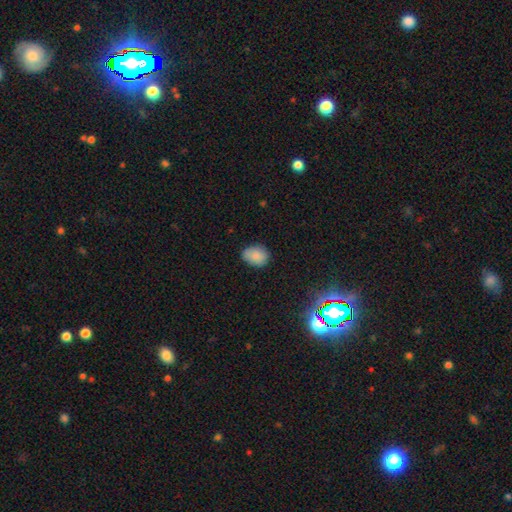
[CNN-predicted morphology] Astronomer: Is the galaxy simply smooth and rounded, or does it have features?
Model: smooth — 84%.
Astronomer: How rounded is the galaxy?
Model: in between — 61% (runner-up: round, 38%).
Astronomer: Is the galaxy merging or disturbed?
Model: none — 76%.